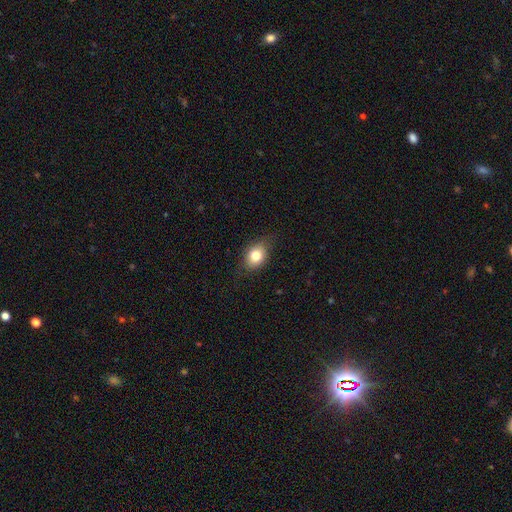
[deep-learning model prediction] smooth-or-featured: smooth: 79% | featured or disk: 12% | star or artifact: 9%
  how-rounded: in between: 64% | round: 35% | cigar-shaped: 2%
  merging: none: 77% | minor disturbance: 18% | major disturbance: 4% | merger: 1%